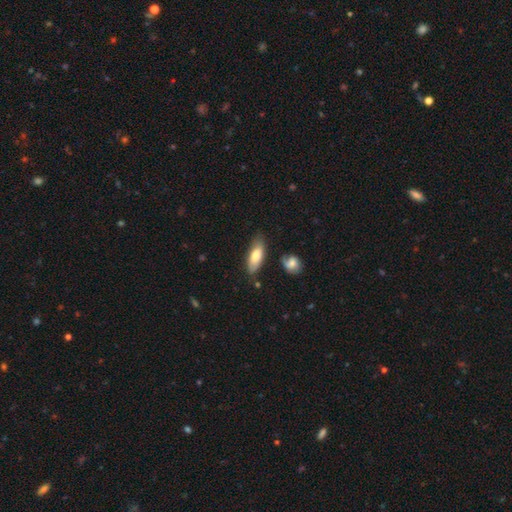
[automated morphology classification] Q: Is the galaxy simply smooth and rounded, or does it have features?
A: smooth — 75%.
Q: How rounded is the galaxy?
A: in between — 79%.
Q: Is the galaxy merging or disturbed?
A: none — 68%.